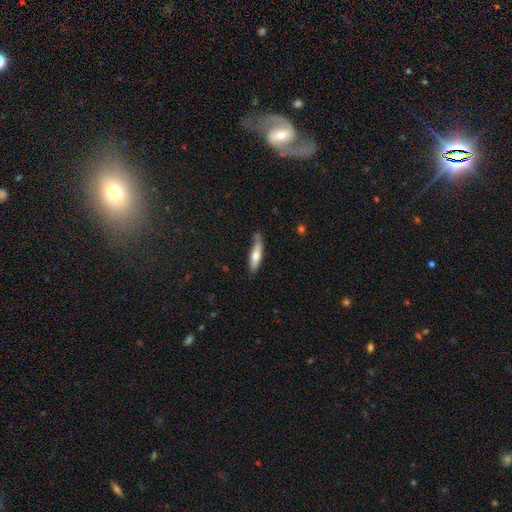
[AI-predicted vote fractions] This is likely a smooth galaxy (69%). How rounded: likely cigar-shaped (68%). Merging: likely none (61%).